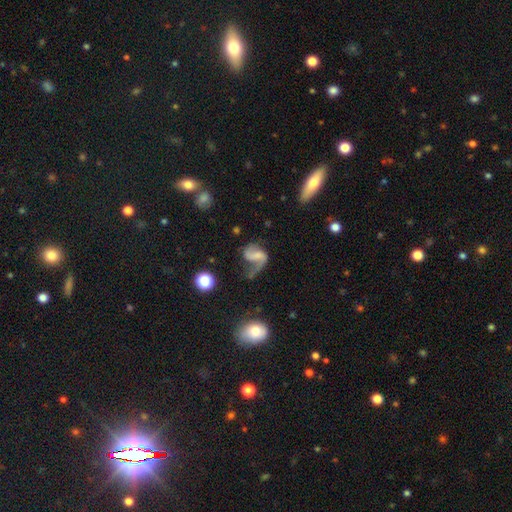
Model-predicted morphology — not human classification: smooth-or-featured: featured or disk: 69% | smooth: 21% | star or artifact: 10%
  disk-edge-on: no: 97% | yes: 3%
    bar: weak: 40% | no: 36% | strong: 24%
    has-spiral-arms: yes: 87% | no: 13%
      spiral-winding: loose: 66% | medium: 27% | tight: 7%
      spiral-arm-count: 2: 62% | 1: 32% | can't tell: 4% | 3: 1% | 4: 1% | more than 4: 1%
    bulge-size: none: 47% | small: 30% | moderate: 16% | large: 5% | dominant: 2%
  merging: major disturbance: 42% | none: 32% | minor disturbance: 19% | merger: 7%